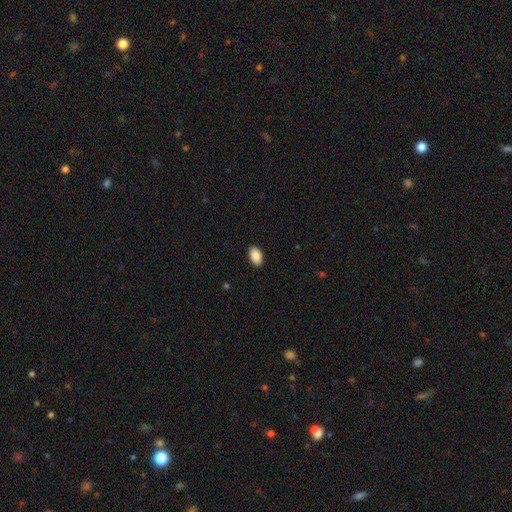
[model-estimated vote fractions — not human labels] Smooth or featured?
  - smooth: 89% *
  - star or artifact: 7%
  - featured or disk: 3%
How rounded?
  - in between: 93% *
  - round: 6%
  - cigar-shaped: 1%
Merging?
  - none: 90% *
  - minor disturbance: 8%
  - major disturbance: 2%
  - merger: 1%